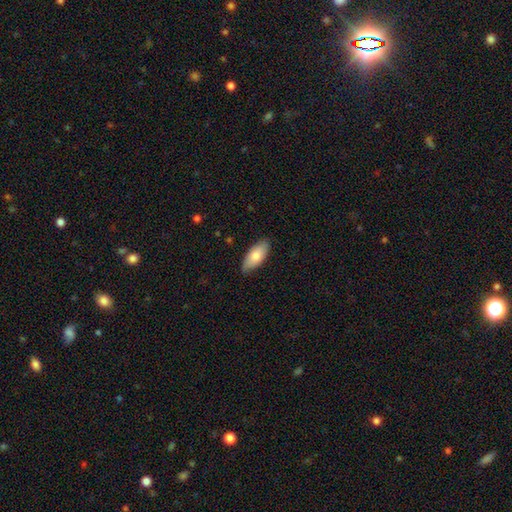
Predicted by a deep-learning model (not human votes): A smooth galaxy with no disk features (78%) that is in between round and cigar-shaped (88%). Merging: none (83%).